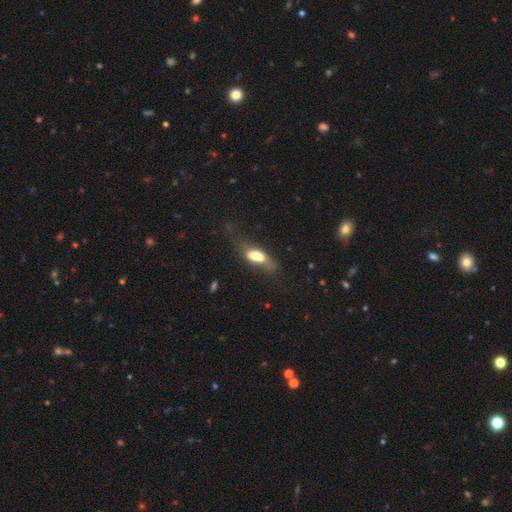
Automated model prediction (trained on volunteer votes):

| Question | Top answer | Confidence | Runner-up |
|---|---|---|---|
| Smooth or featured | smooth | 61% | featured or disk (30%) |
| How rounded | in between | 74% | cigar-shaped (19%) |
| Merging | merger | 31% | none (30%) |